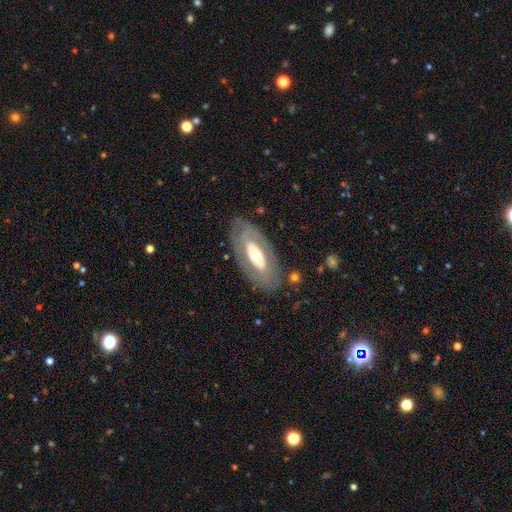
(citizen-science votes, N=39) Volunteers were most divided on "bulge size": moderate: 64%, large: 23%, small: 9%, dominant: 5%, none: 0%. More confident: bar — no (82%); merging — none (82%); spiral arms — no (77%); edge-on disk — no (76%); smooth or featured — featured or disk (74%).